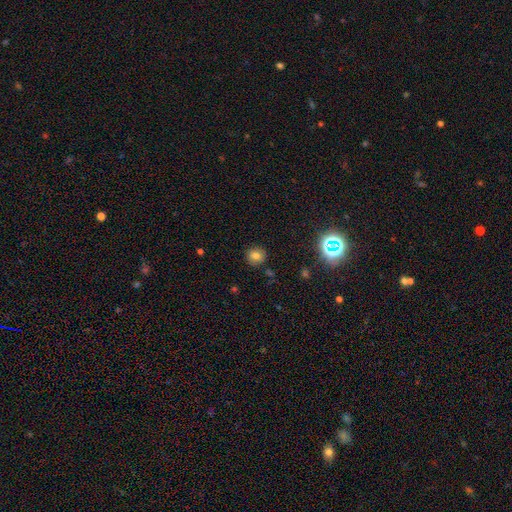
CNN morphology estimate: This is likely a smooth galaxy (74%). How rounded: clearly round (86%). Merging: clearly none (86%).